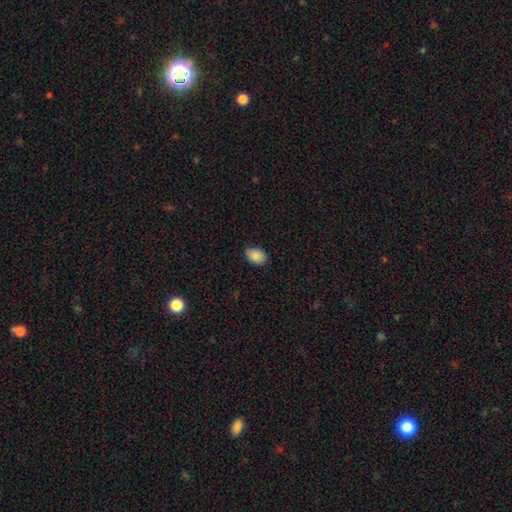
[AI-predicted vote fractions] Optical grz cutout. It shows a smooth galaxy with no disk features (89%) that is in between round and cigar-shaped (83%). Merging: none (82%).